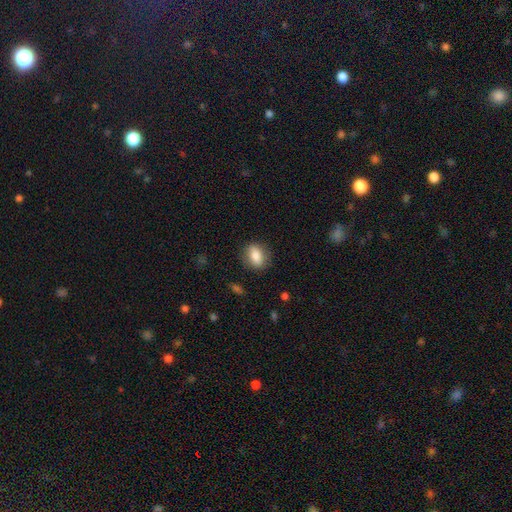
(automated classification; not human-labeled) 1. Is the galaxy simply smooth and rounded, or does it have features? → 83% smooth, 10% featured or disk, 7% star or artifact.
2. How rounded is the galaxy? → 73% in between, 24% round, 3% cigar-shaped.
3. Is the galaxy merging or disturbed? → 84% none, 11% minor disturbance, 3% major disturbance, 1% merger.